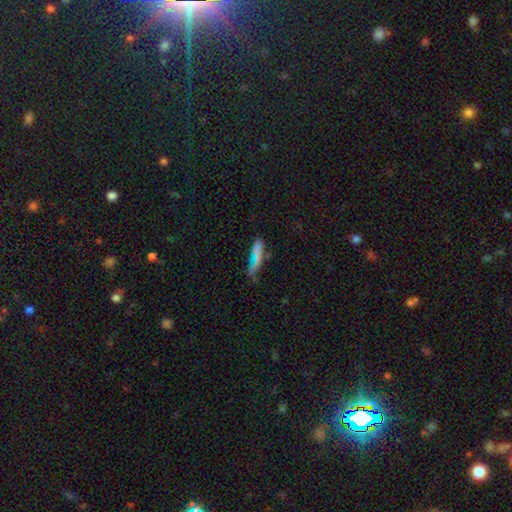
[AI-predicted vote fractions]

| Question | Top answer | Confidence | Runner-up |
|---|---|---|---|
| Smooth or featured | smooth | 61% | featured or disk (30%) |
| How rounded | cigar-shaped | 66% | in between (32%) |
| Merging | none | 39% | minor disturbance (28%) |